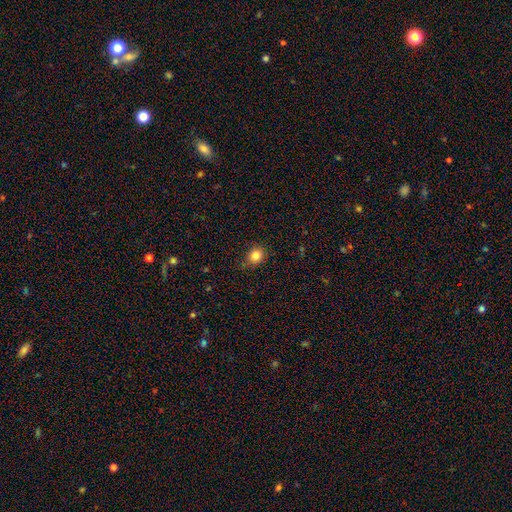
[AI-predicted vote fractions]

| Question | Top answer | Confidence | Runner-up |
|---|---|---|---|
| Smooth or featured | smooth | 84% | star or artifact (11%) |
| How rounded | round | 74% | in between (25%) |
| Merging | none | 76% | minor disturbance (18%) |